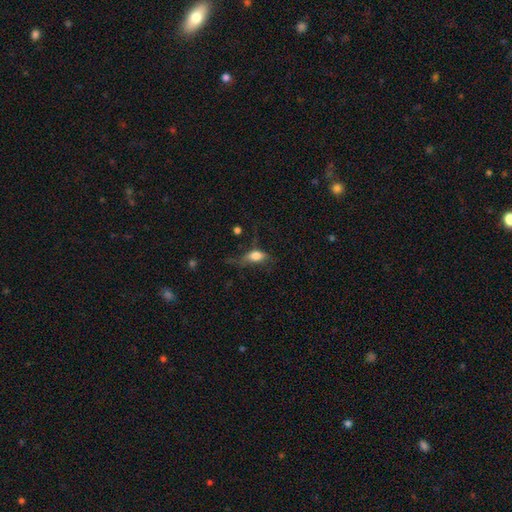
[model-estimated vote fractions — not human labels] A smooth galaxy with no disk features (71%) that is in between round and cigar-shaped (78%).

Vote fractions:
- Smooth or featured? smooth: 71% / featured or disk: 19% / star or artifact: 10%
- How rounded? in between: 78% / cigar-shaped: 12% / round: 10%
- Merging? none: 34% (tied) / major disturbance: 34% (tied) / minor disturbance: 28% / merger: 4%